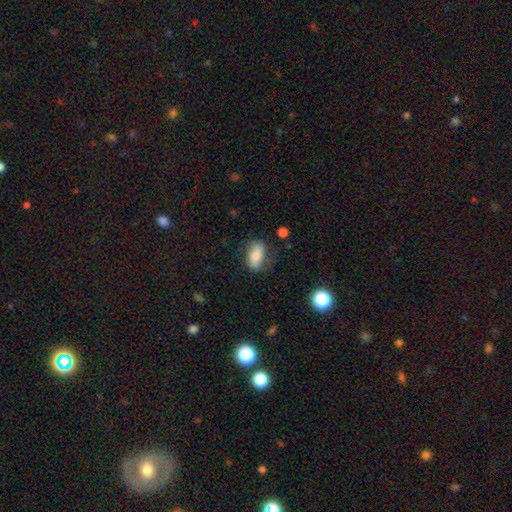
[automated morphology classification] smooth_or_featured: smooth (p=0.70) [alt: featured or disk p=0.23]
how_rounded: in between (p=0.88) [alt: round p=0.08]
merging: none (p=0.68) [alt: minor disturbance p=0.22]